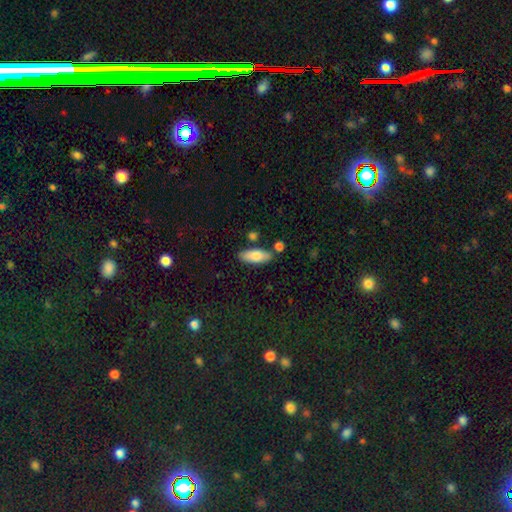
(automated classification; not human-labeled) A smooth galaxy with no disk features (82%) that is in between round and cigar-shaped (70%). Merging: none (78%).